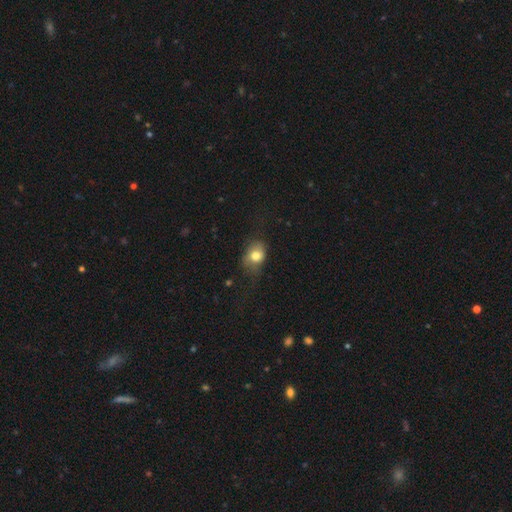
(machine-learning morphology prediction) Overall: smooth (77%). How rounded: in between (62%; round 36%). Merging: none (55%; minor disturbance 29%).